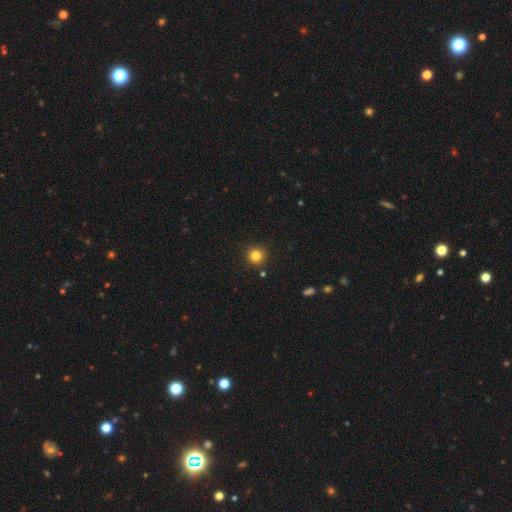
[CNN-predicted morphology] Q: Smooth or featured?
A: smooth (83%); runner-up: star or artifact (13%)
Q: How rounded?
A: round (95%); runner-up: in between (4%)
Q: Merging?
A: none (90%); runner-up: minor disturbance (6%)